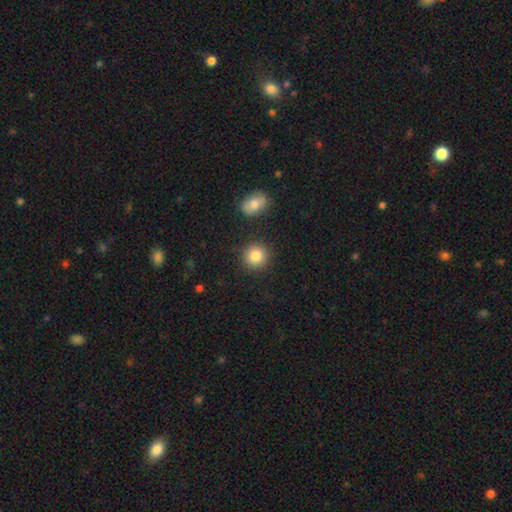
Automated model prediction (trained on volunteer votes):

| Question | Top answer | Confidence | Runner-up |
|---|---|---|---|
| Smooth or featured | smooth | 85% | star or artifact (9%) |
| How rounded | round | 90% | in between (9%) |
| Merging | none | 87% | minor disturbance (7%) |